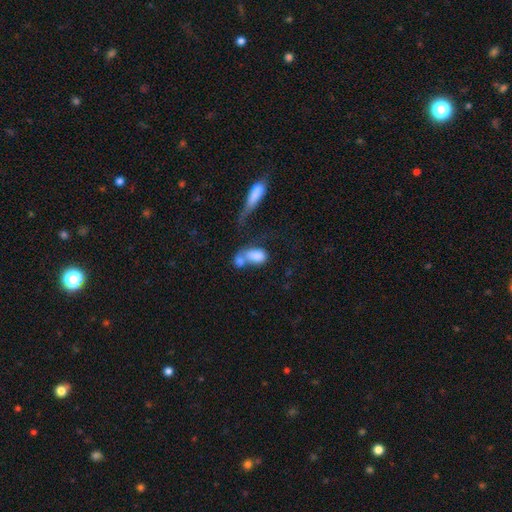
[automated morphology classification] Smooth or featured: smooth — 77% (featured or disk — 14%)
How rounded: in between — 85% (round — 10%)
Merging: merger — 59% (none — 18%)